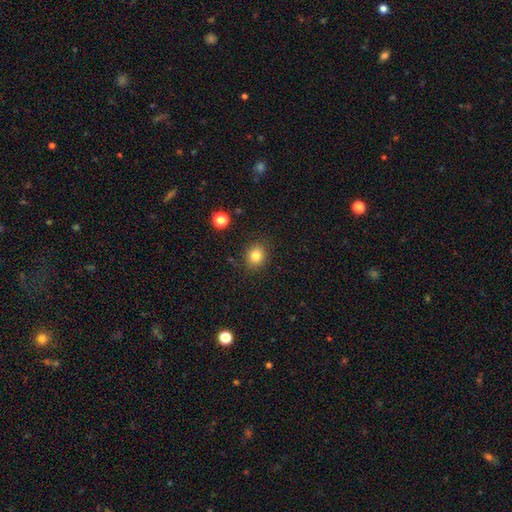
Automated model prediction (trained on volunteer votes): A smooth galaxy with no disk features (82%) that is round (70%).

Vote fractions:
- Smooth or featured? smooth: 82% / star or artifact: 12% / featured or disk: 6%
- How rounded? round: 70% / in between: 29% / cigar-shaped: 1%
- Merging? none: 85% / minor disturbance: 10% / major disturbance: 3% / merger: 2%